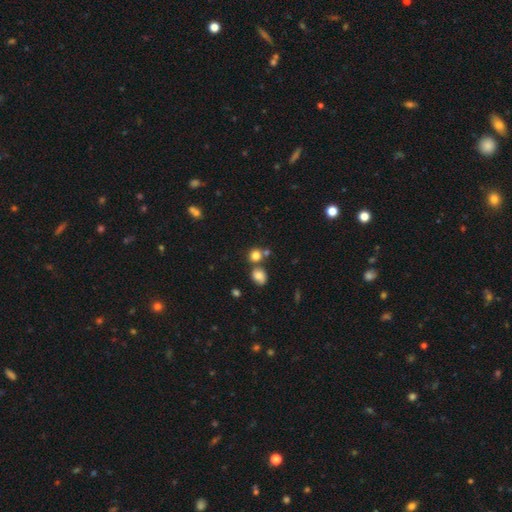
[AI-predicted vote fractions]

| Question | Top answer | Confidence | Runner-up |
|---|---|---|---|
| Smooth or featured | smooth | 81% | star or artifact (12%) |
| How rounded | round | 81% | in between (18%) |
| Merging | none | 57% | merger (28%) |